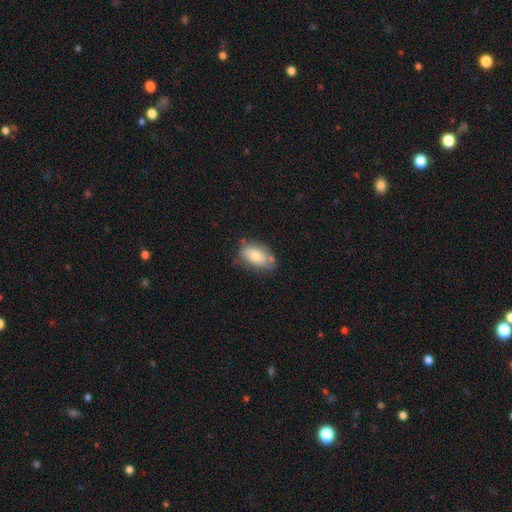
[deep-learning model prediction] Smooth or featured? smooth (76%)
How rounded? in between (90%)
Merging? none (62%)